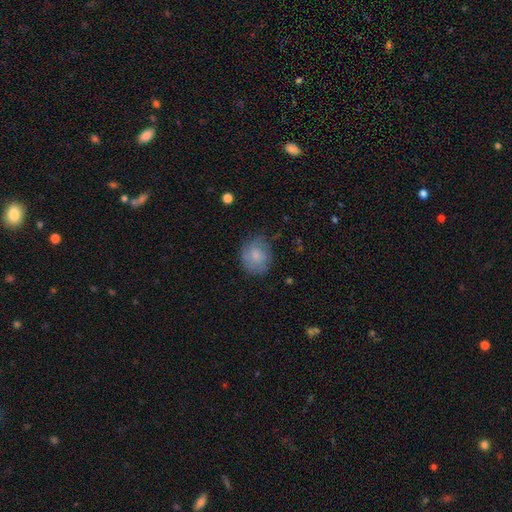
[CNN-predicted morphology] A smooth galaxy with no disk features (72%) that is round (60%). Merging: none (62%).